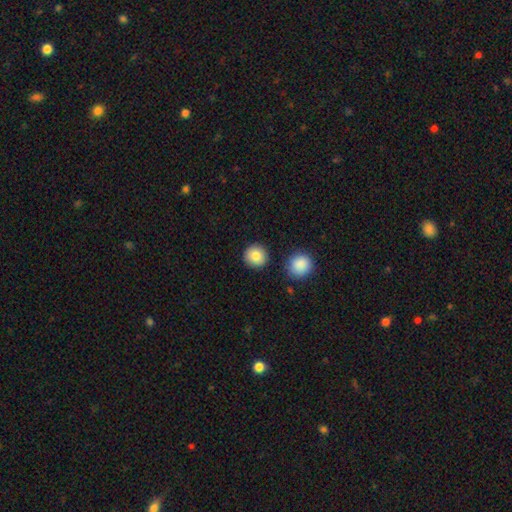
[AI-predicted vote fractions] Smooth or featured? smooth (86%)
How rounded? round (93%)
Merging? none (87%)